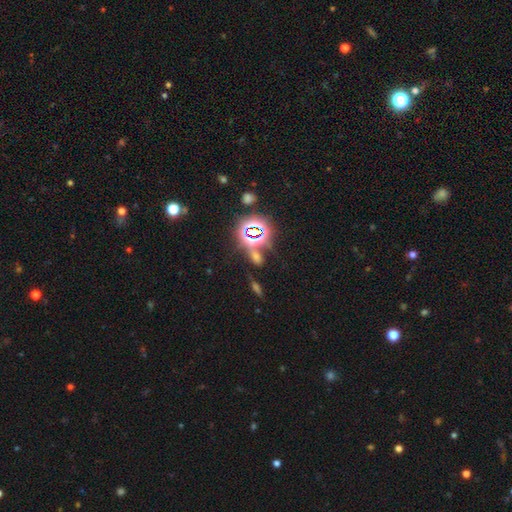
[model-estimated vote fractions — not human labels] This appears to be a star or artifact, not a galaxy (56%).